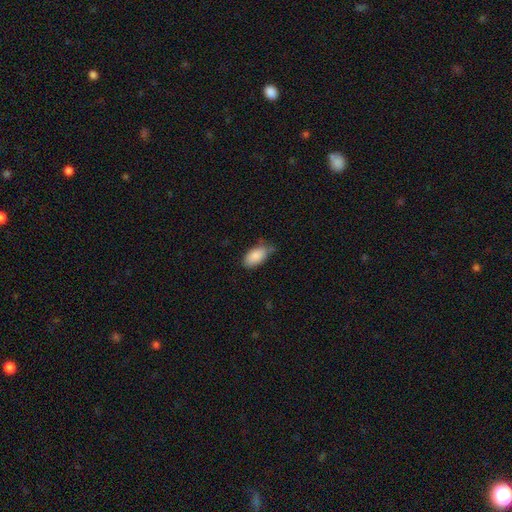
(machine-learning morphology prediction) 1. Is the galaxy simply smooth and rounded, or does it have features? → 87% smooth, 7% star or artifact, 6% featured or disk.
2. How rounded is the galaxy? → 93% in between, 3% cigar-shaped, 3% round.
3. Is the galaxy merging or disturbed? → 52% none, 39% minor disturbance, 6% major disturbance, 2% merger.